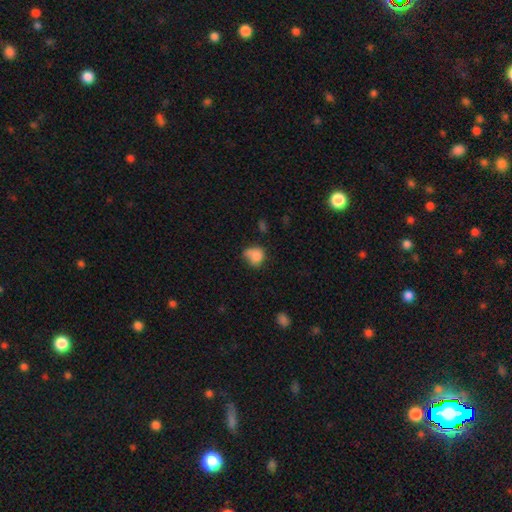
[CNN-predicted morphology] Smooth or featured? smooth (78%)
How rounded? round (60%)
Merging? none (38%)